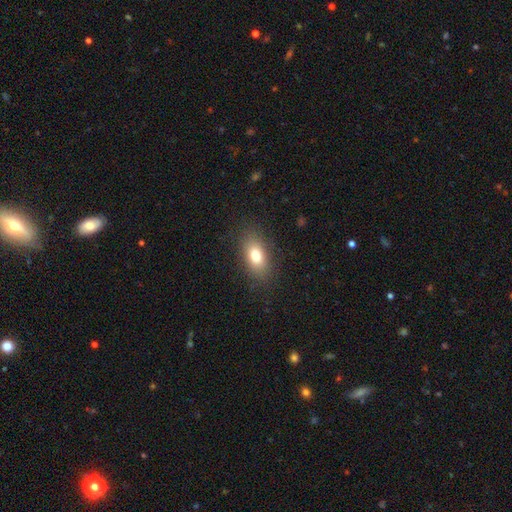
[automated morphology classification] smooth 76%, featured or disk 14%, star or artifact 10%. Down the decision tree: how rounded — in between (85%); merging — none (85%).